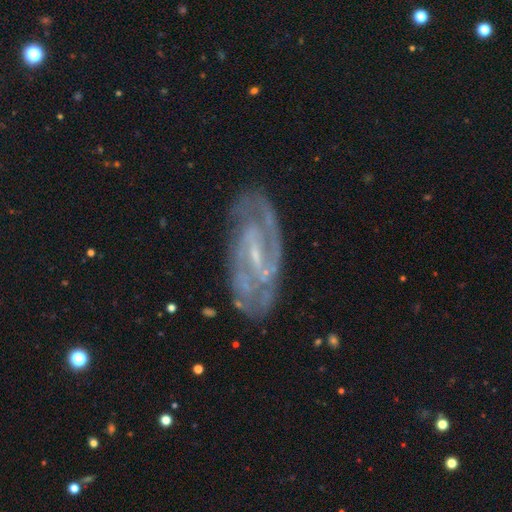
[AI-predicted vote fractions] Overall: featured or disk (84%). Edge-on disk: no (93%). Bar: weak (48%; strong 30%). Spiral arms: yes (92%). Spiral arm count: 2 (57%; can't tell 23%). Spiral winding: tight (47%; medium 40%). Bulge size: small (69%). Merging: none (76%).